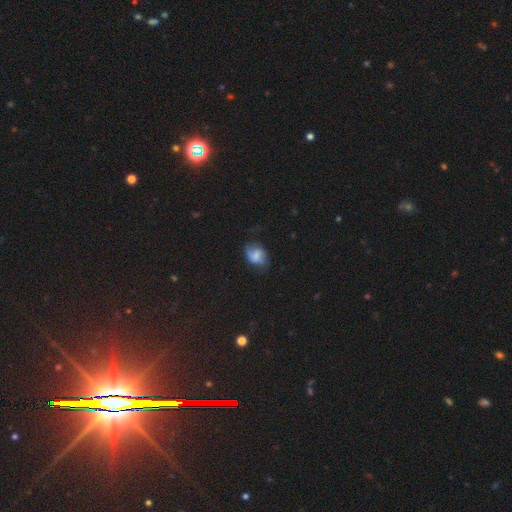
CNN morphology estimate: smooth_or_featured: smooth (p=0.53) [alt: featured or disk p=0.37]
how_rounded: in between (p=0.68) [alt: round p=0.30]
merging: none (p=0.54) [alt: minor disturbance p=0.29]